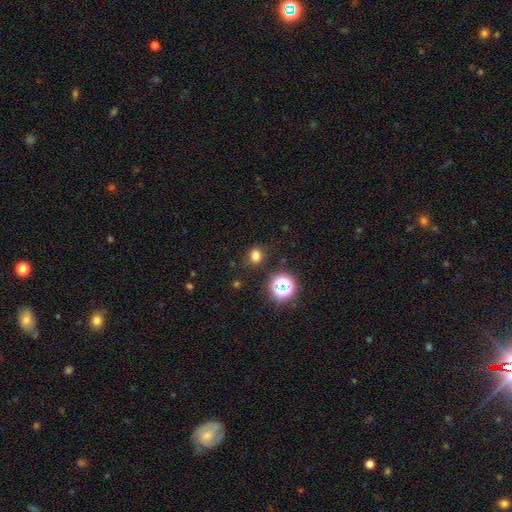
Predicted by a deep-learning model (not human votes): A smooth galaxy with no disk features (74%) that is round (61%). Merging: none (85%).